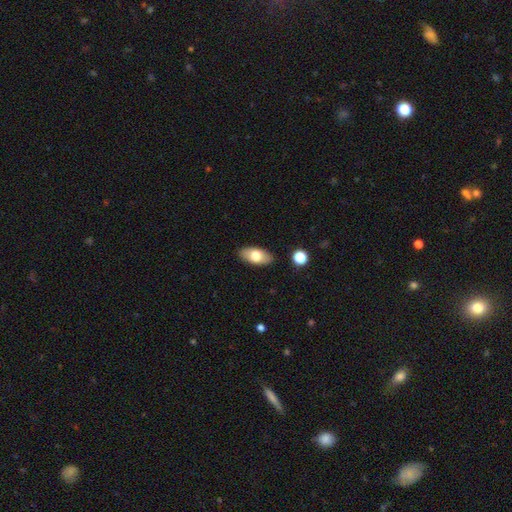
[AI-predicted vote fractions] smooth 74%, featured or disk 19%, star or artifact 7%. Down the decision tree: how rounded — in between (91%); merging — none (88%).